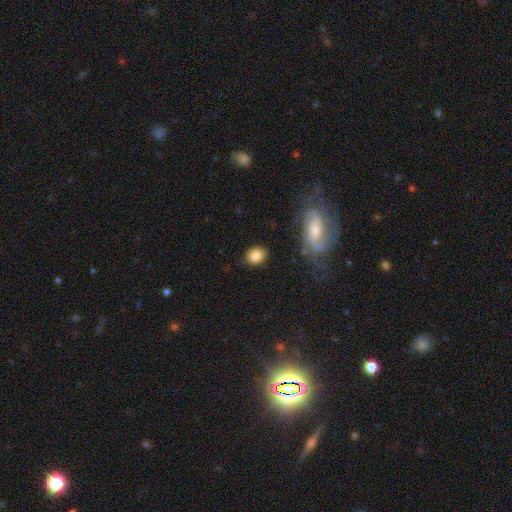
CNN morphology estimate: A smooth galaxy with no disk features (83%) that is round (51%).

Vote fractions:
- Smooth or featured? smooth: 83% / featured or disk: 9% / star or artifact: 8%
- How rounded? round: 51% / in between: 47% / cigar-shaped: 1%
- Merging? none: 82% / minor disturbance: 12% / major disturbance: 3% / merger: 2%